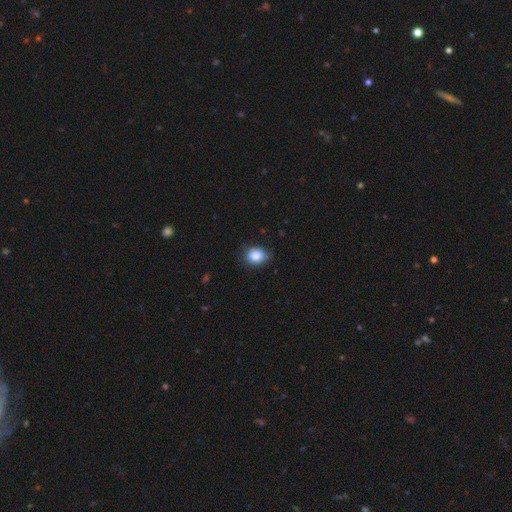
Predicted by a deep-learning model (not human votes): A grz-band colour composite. It shows a smooth galaxy with no disk features (86%) that is round (57%). Merging: none (73%).